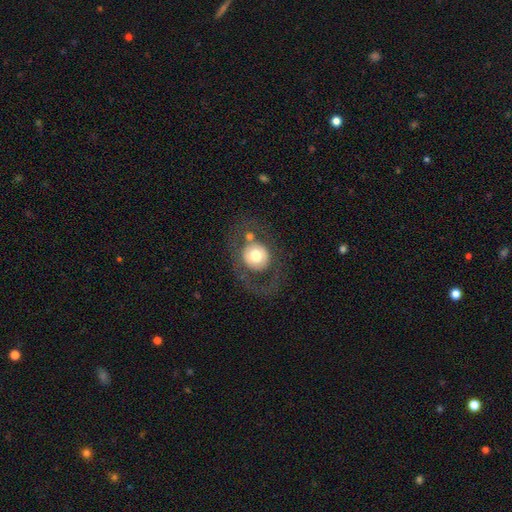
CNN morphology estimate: Smooth or featured: smooth — 51% (featured or disk — 41%)
How rounded: round — 77% (in between — 22%)
Merging: none — 67% (major disturbance — 15%)